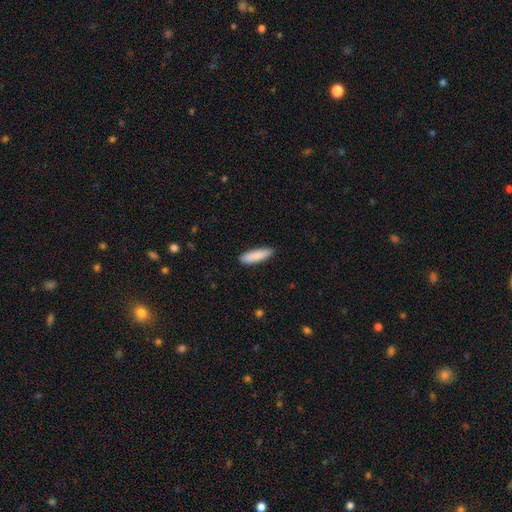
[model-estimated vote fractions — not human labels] Overall: smooth (88%). How rounded: cigar-shaped (64%; in between 34%). Merging: none (87%).